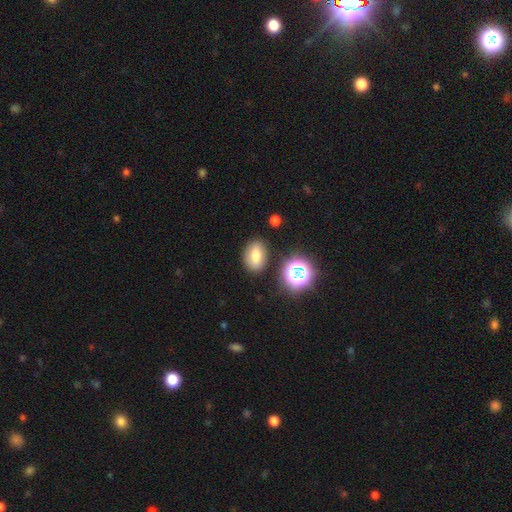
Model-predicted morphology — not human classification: smooth_or_featured: smooth (p=0.74) [alt: star or artifact p=0.15]
how_rounded: in between (p=0.79) [alt: round p=0.20]
merging: none (p=0.82) [alt: minor disturbance p=0.11]